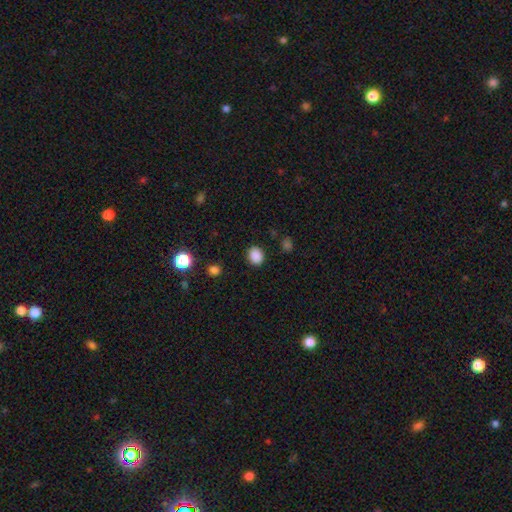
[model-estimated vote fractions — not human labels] smooth_or_featured: smooth (p=0.87) [alt: star or artifact p=0.10]
how_rounded: round (p=0.50) [alt: in between p=0.49]
merging: none (p=0.88) [alt: minor disturbance p=0.08]